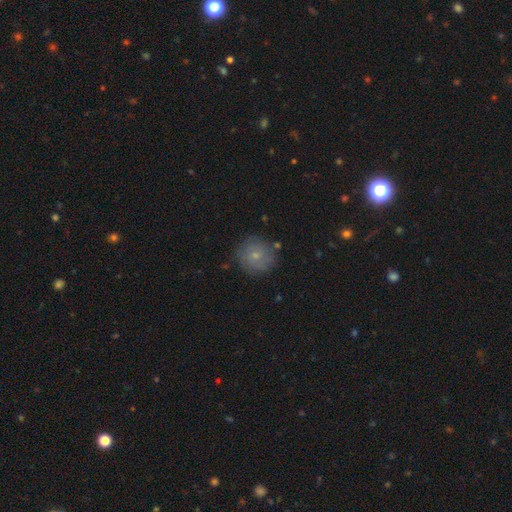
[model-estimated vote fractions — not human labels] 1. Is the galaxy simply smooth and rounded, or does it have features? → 62% smooth, 29% featured or disk, 9% star or artifact.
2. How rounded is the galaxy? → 92% round, 7% in between, 1% cigar-shaped.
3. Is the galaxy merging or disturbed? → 80% none, 14% minor disturbance, 4% major disturbance, 2% merger.